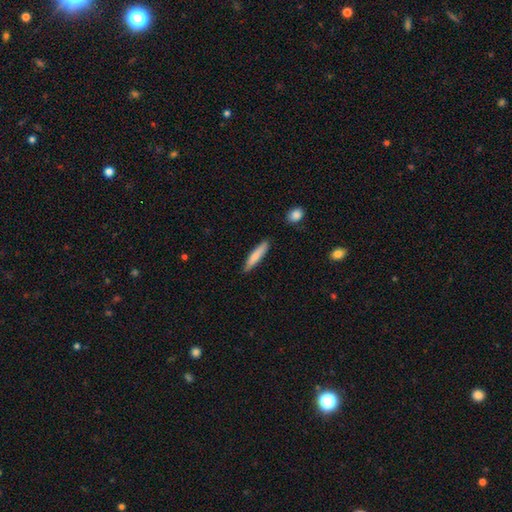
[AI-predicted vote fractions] smooth-or-featured: smooth: 78% | featured or disk: 16% | star or artifact: 6%
  how-rounded: cigar-shaped: 88% | in between: 11% | round: 1%
  merging: none: 85% | minor disturbance: 11% | merger: 2% | major disturbance: 2%